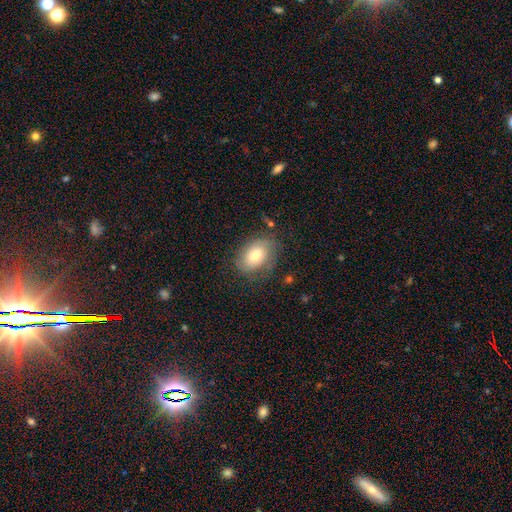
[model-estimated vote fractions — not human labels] Q: Smooth or featured?
A: smooth (71%); runner-up: featured or disk (21%)
Q: How rounded?
A: in between (77%); runner-up: round (22%)
Q: Merging?
A: none (73%); runner-up: minor disturbance (19%)